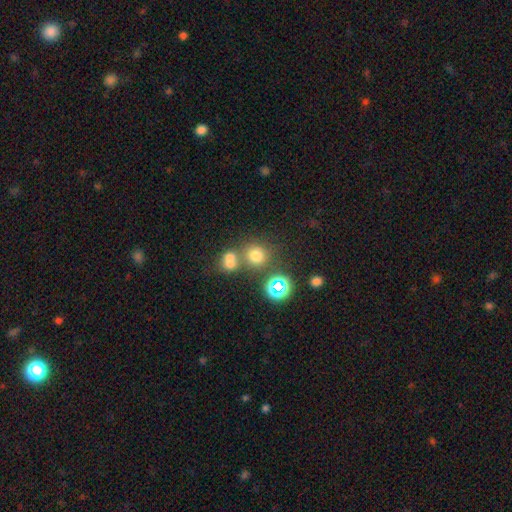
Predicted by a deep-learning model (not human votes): The model was most divided on "merging": none: 63%, merger: 23%, minor disturbance: 9%, major disturbance: 4%. More confident: how rounded — round (87%); smooth or featured — smooth (69%).